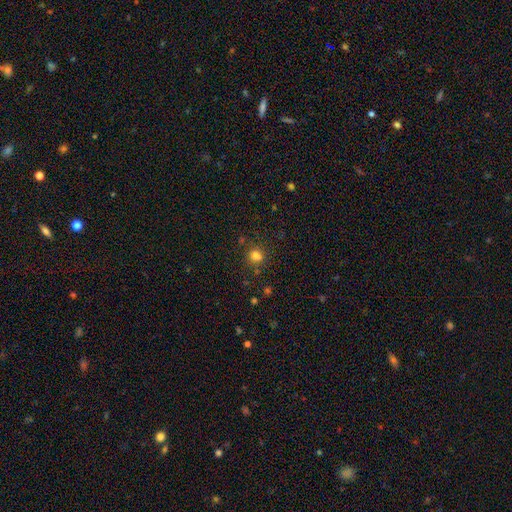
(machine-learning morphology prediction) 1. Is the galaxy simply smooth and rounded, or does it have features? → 77% smooth, 16% star or artifact, 7% featured or disk.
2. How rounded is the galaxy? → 84% round, 15% in between, 1% cigar-shaped.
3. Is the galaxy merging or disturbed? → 76% none, 11% minor disturbance, 10% merger, 3% major disturbance.